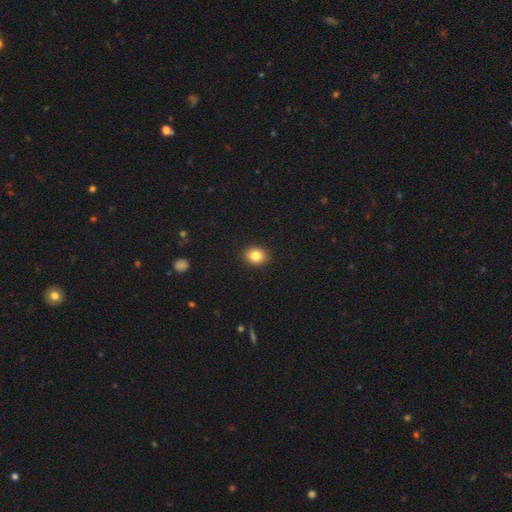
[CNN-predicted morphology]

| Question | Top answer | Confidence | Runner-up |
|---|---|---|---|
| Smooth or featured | smooth | 83% | star or artifact (10%) |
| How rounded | round | 57% | in between (42%) |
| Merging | none | 91% | minor disturbance (6%) |